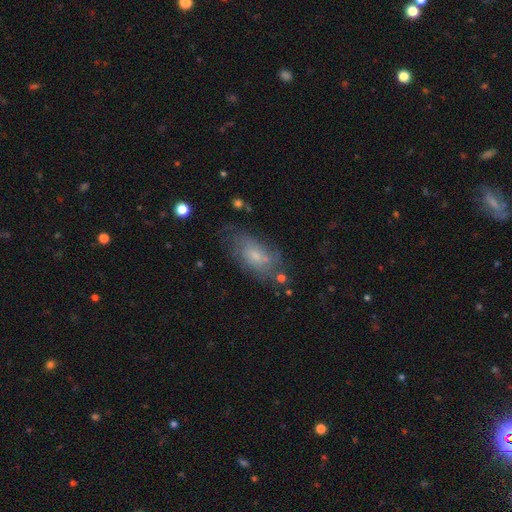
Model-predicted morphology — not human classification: Smooth or featured: smooth — 48% (featured or disk — 42%)
Merging: none — 59% (minor disturbance — 24%)